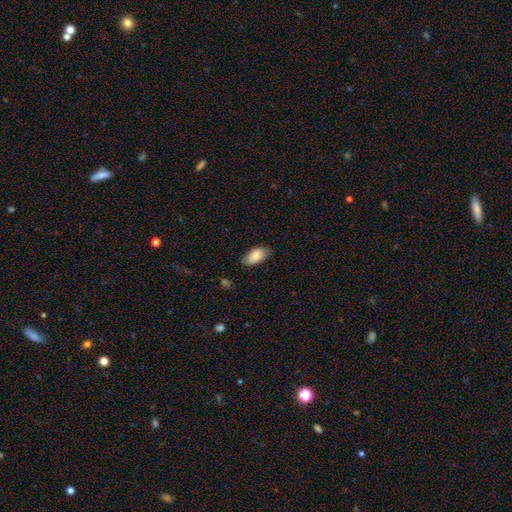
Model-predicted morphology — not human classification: This is clearly a smooth galaxy (85%). How rounded: clearly in between (94%). Merging: clearly none (80%).